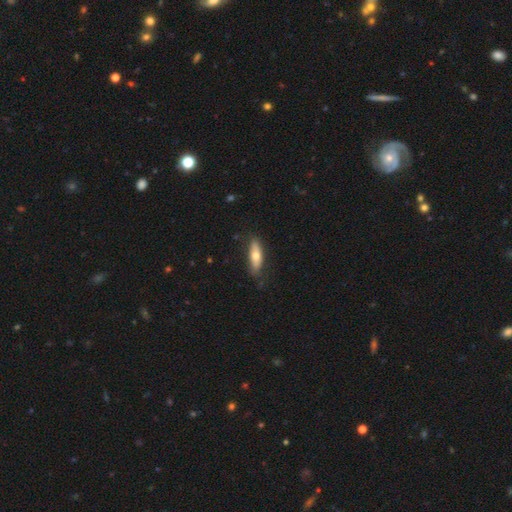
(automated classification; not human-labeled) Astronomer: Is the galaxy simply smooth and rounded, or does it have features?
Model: smooth — 62%.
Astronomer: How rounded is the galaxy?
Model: cigar-shaped — 54% (runner-up: in between, 43%).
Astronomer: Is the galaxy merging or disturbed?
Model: none — 79%.